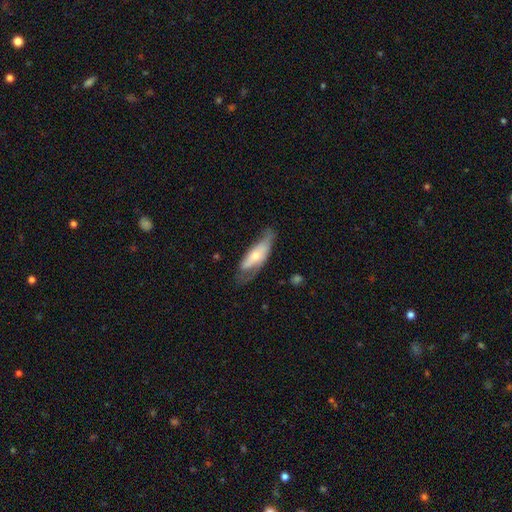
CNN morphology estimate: type=featured or disk (50%); edge-on=no (69%); merging=none (44%).